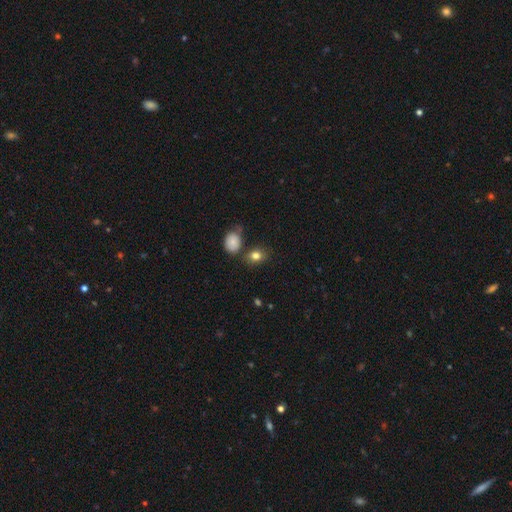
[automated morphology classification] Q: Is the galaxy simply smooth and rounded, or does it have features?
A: smooth — 82%.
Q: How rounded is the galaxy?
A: in between — 59%.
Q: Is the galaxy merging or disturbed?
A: none — 68%.